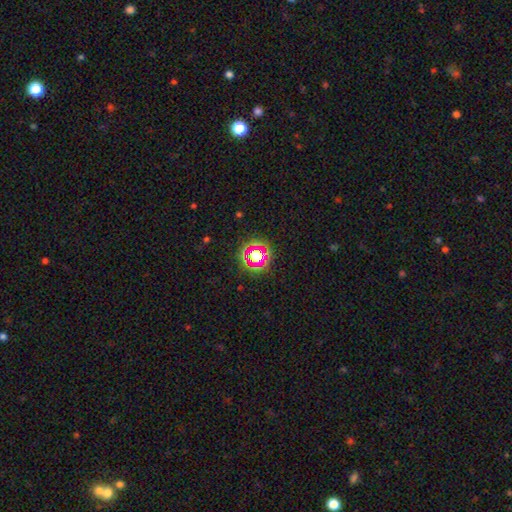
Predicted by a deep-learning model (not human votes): The model was most divided on "smooth or featured": star or artifact: 58%, smooth: 29%, featured or disk: 13%.